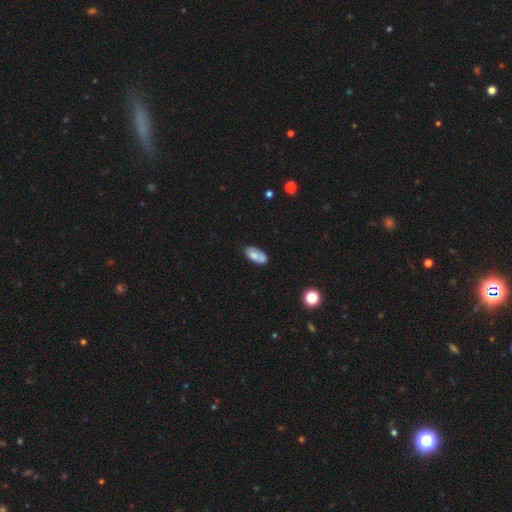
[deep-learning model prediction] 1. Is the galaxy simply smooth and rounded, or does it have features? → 66% smooth, 26% featured or disk, 8% star or artifact.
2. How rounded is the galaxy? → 91% in between, 5% cigar-shaped, 4% round.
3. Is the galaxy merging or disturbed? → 46% none, 28% merger, 20% minor disturbance, 6% major disturbance.